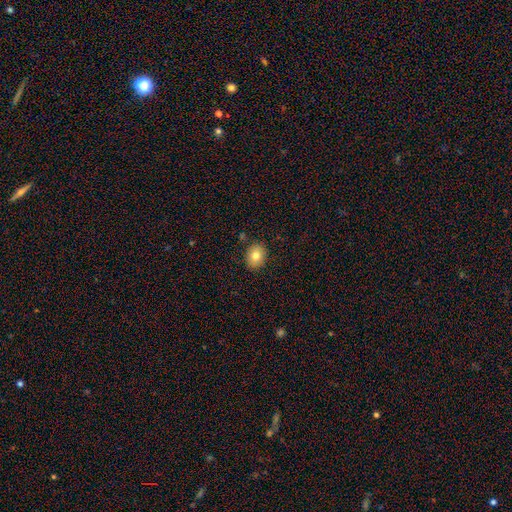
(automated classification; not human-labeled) This is likely a smooth galaxy (80%). How rounded: possibly round (52%). Merging: clearly none (87%).